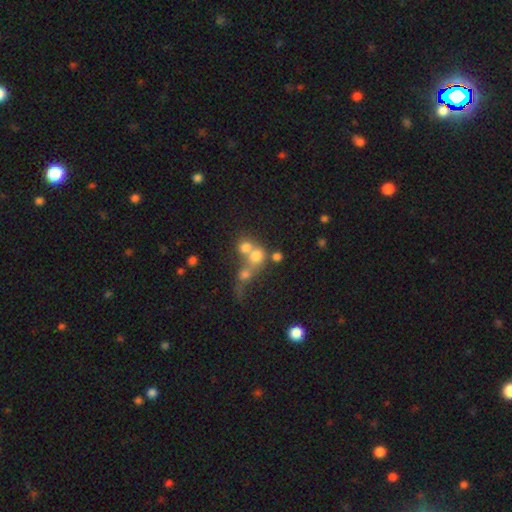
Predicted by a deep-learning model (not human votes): Smooth or featured? Predicted: smooth (p=0.64). How rounded? Predicted: round (p=0.76). Merging? Predicted: merger (p=0.58).